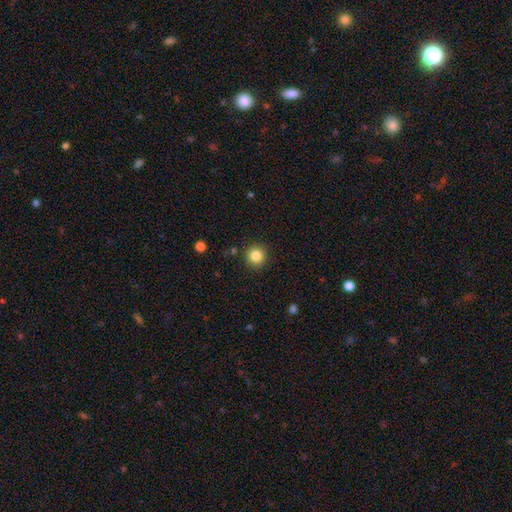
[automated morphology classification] Smooth or featured?
  - smooth: 85% *
  - star or artifact: 11%
  - featured or disk: 5%
How rounded?
  - round: 94% *
  - in between: 5%
  - cigar-shaped: 1%
Merging?
  - none: 90% *
  - minor disturbance: 6%
  - major disturbance: 2%
  - merger: 2%